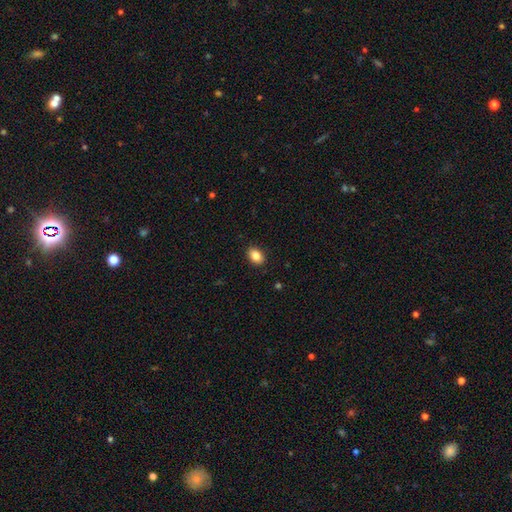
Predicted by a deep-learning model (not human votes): Smooth or featured: smooth — 86% (star or artifact — 8%)
How rounded: in between — 82% (round — 16%)
Merging: none — 89% (minor disturbance — 8%)